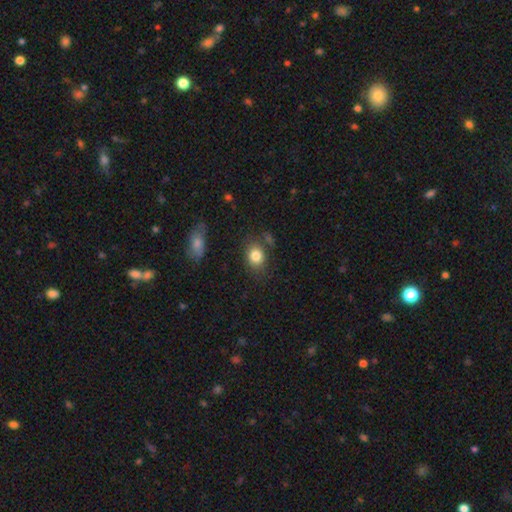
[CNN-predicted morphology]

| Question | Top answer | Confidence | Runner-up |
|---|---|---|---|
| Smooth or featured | smooth | 83% | star or artifact (9%) |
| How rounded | in between | 50% | round (49%) |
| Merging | none | 73% | minor disturbance (16%) |